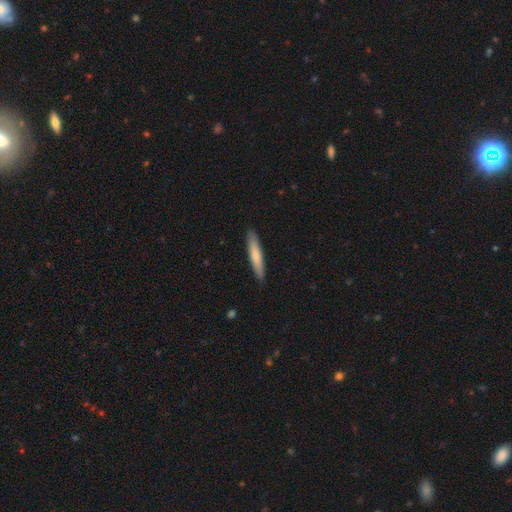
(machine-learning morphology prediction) Smooth or featured: smooth — 74% (featured or disk — 21%)
How rounded: cigar-shaped — 92% (in between — 7%)
Merging: none — 90% (minor disturbance — 7%)